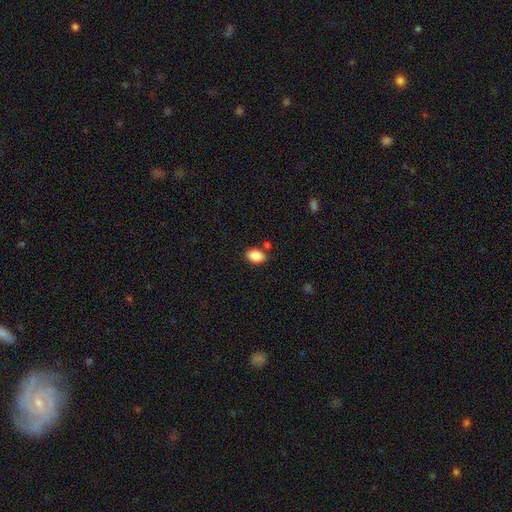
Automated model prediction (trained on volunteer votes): The model was most divided on "merging": none: 79%, minor disturbance: 12%, merger: 7%, major disturbance: 3%. More confident: how rounded — in between (88%); smooth or featured — smooth (87%).